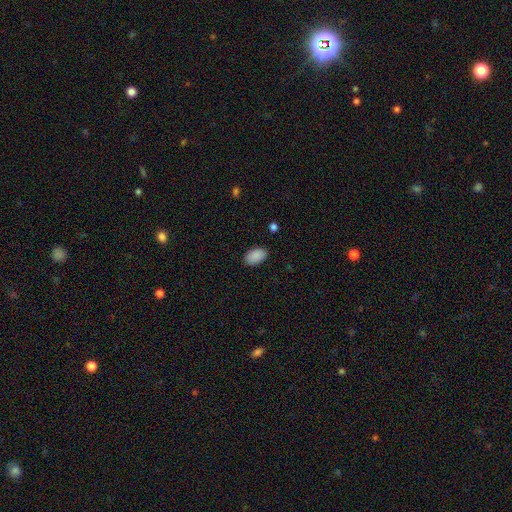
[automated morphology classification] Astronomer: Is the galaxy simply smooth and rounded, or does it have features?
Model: smooth — 90%.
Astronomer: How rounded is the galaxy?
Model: in between — 93%.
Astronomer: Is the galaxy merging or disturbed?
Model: none — 87%.